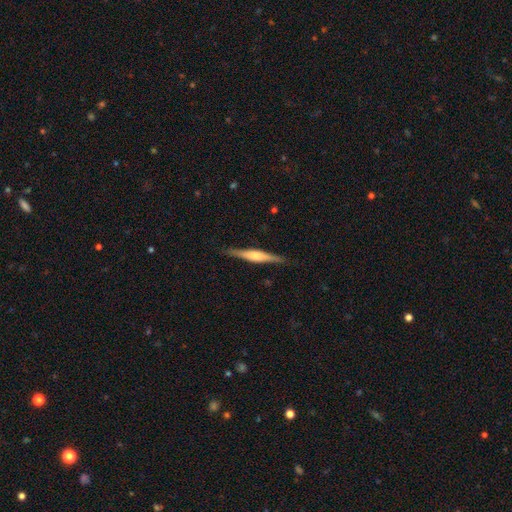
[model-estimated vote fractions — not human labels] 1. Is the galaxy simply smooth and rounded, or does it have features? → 67% featured or disk, 28% smooth, 6% star or artifact.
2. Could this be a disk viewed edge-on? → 97% yes, 3% no.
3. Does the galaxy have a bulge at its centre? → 71% rounded, 22% boxy, 7% none.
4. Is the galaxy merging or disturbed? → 89% none, 9% minor disturbance, 2% major disturbance, 1% merger.